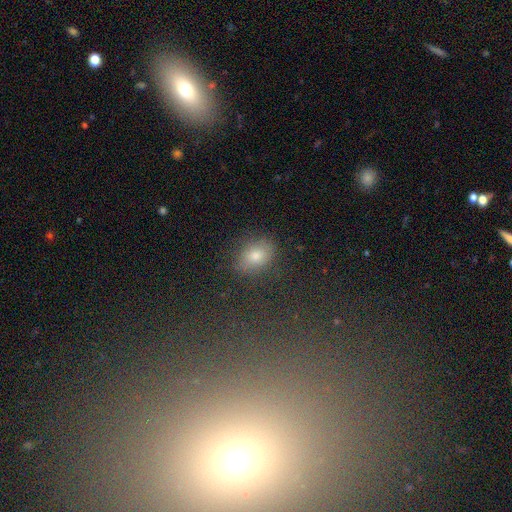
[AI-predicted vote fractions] smooth_or_featured: smooth (p=0.78) [alt: star or artifact p=0.12]
how_rounded: in between (p=0.70) [alt: round p=0.29]
merging: none (p=0.79) [alt: minor disturbance p=0.15]